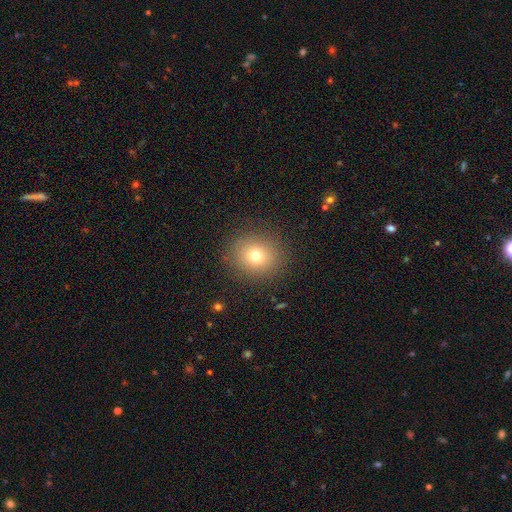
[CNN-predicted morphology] Smooth or featured? smooth (73%)
How rounded? round (84%)
Merging? none (88%)